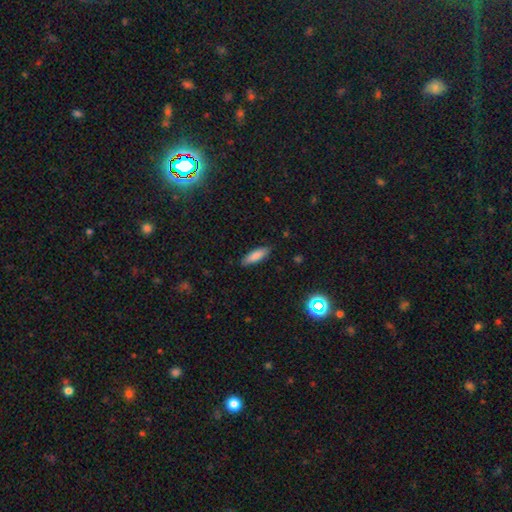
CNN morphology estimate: smooth 82%, featured or disk 10%, star or artifact 7%. Down the decision tree: how rounded — in between (51%); merging — none (87%).